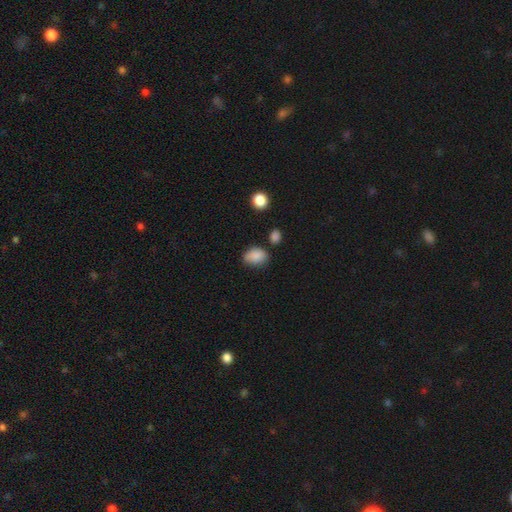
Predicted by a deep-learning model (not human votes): smooth 86%, star or artifact 9%, featured or disk 5%. Down the decision tree: how rounded — in between (69%); merging — none (63%).